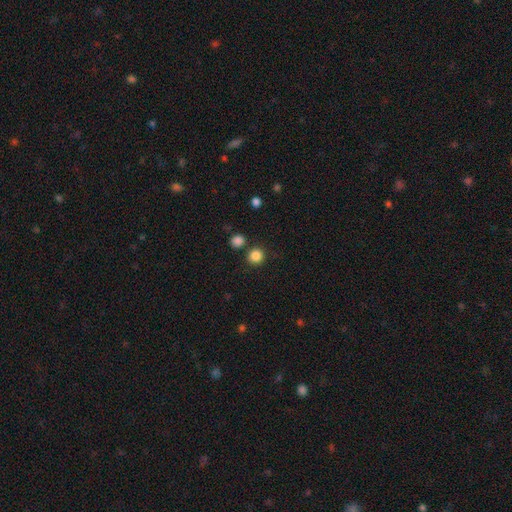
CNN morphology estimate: A smooth galaxy with no disk features (85%) that is round (92%).

Vote fractions:
- Smooth or featured? smooth: 85% / star or artifact: 11% / featured or disk: 3%
- How rounded? round: 92% / in between: 7% / cigar-shaped: 1%
- Merging? none: 83% / merger: 8% / minor disturbance: 7% / major disturbance: 3%